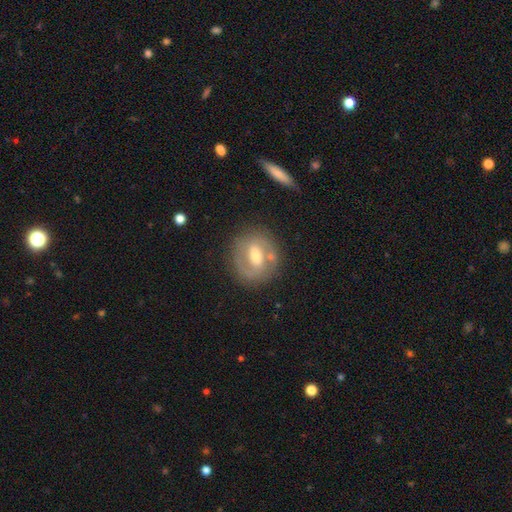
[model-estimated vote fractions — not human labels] Q: Smooth or featured?
A: featured or disk (65%); runner-up: smooth (28%)
Q: Edge-on disk?
A: no (95%); runner-up: yes (5%)
Q: Bar?
A: weak (45%); runner-up: strong (28%)
Q: Spiral arms?
A: yes (65%); runner-up: no (35%)
Q: Bulge size?
A: moderate (61%); runner-up: small (29%)
Q: Merging?
A: none (74%); runner-up: minor disturbance (15%)